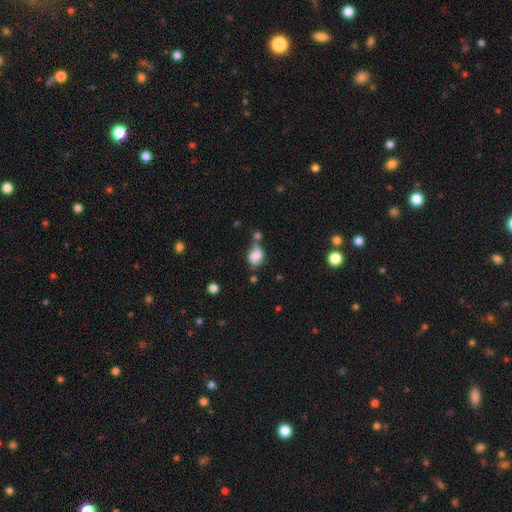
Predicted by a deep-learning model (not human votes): A smooth galaxy with no disk features (76%) that is in between round and cigar-shaped (59%). Merging: merger (32%).